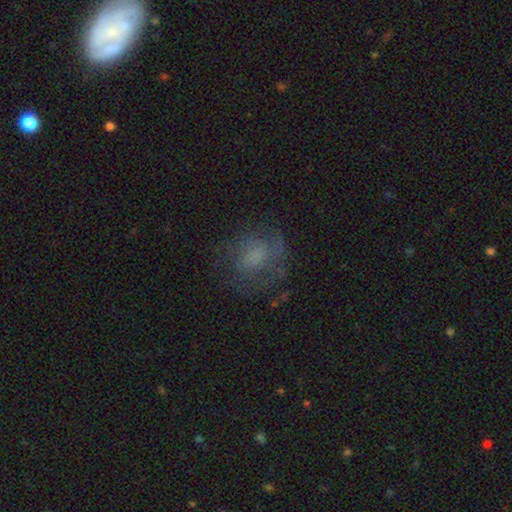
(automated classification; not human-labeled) A smooth galaxy with no disk features (43%). Merging: none (61%).